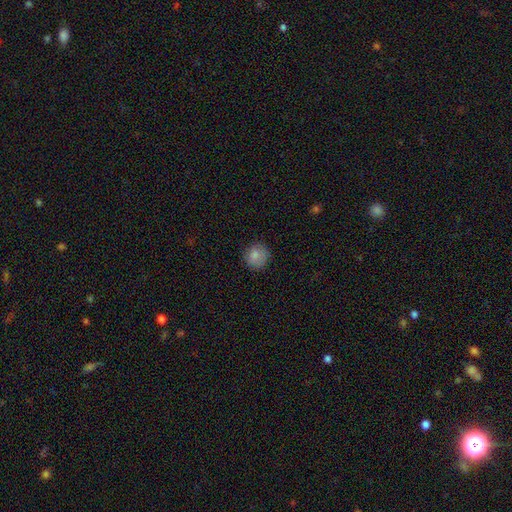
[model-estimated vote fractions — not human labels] Overall: smooth (83%). How rounded: round (86%). Merging: none (83%).